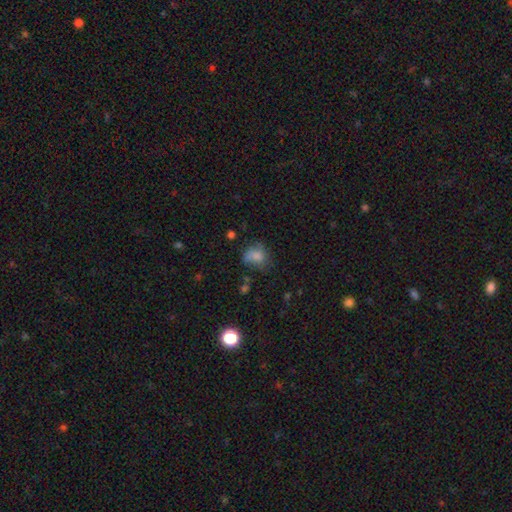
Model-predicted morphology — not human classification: smooth-or-featured: smooth: 74% | featured or disk: 14% | star or artifact: 12%
  how-rounded: round: 59% | in between: 40% | cigar-shaped: 1%
  merging: none: 46% | minor disturbance: 28% | major disturbance: 18% | merger: 8%